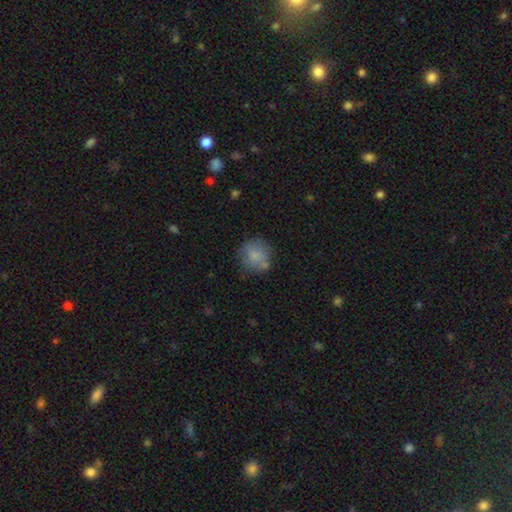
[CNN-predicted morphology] This appears to be a smooth galaxy with no disk features (75%) that is round (88%). Merging: none (64%).